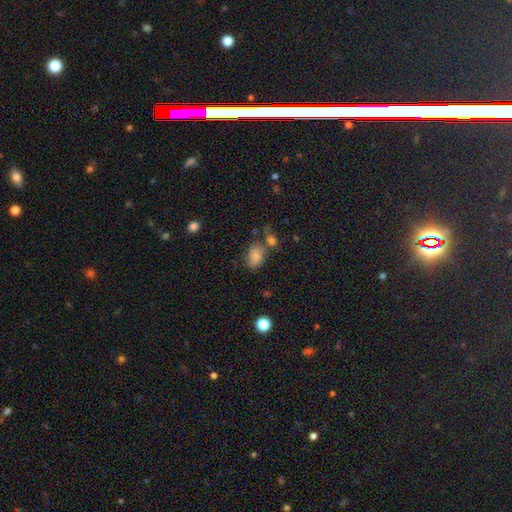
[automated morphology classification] Smooth or featured? Predicted: smooth (p=0.72). How rounded? Predicted: in between (p=0.78). Merging? Predicted: none (p=0.45).